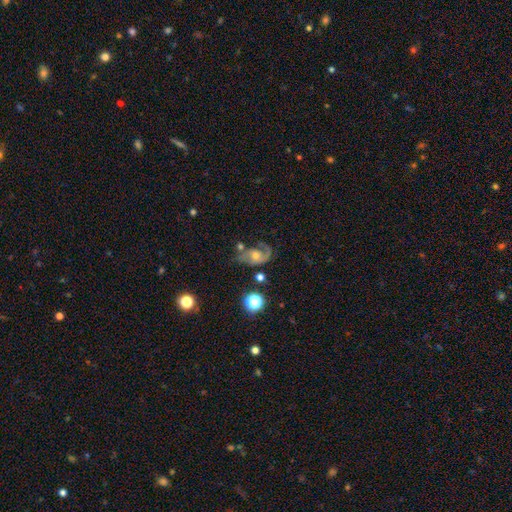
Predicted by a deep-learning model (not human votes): A featured or disk galaxy (73%) with no bar (68%), 2 (54%) medium (45%) spiral arms (90%) and a moderate central bulge (54%). Merging: none (45%).